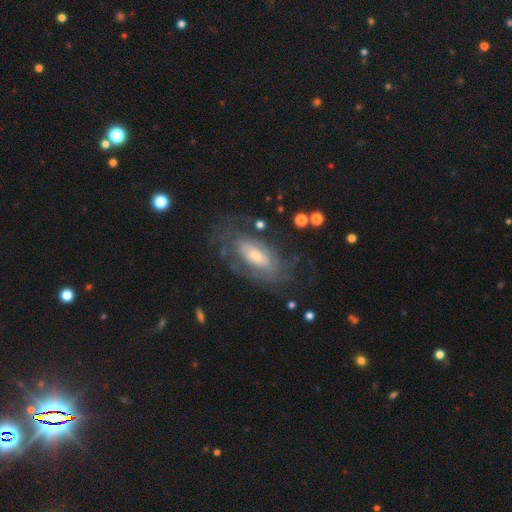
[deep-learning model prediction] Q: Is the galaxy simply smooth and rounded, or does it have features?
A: featured or disk — 74%.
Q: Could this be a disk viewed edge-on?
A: no — 91%.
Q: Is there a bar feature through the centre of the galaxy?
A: no — 61%.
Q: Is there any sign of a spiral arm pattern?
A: yes — 76%.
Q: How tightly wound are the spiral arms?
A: tight — 63%.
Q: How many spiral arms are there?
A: can't tell — 61%.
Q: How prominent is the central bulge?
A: small — 54%.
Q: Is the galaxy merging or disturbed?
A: none — 66%.